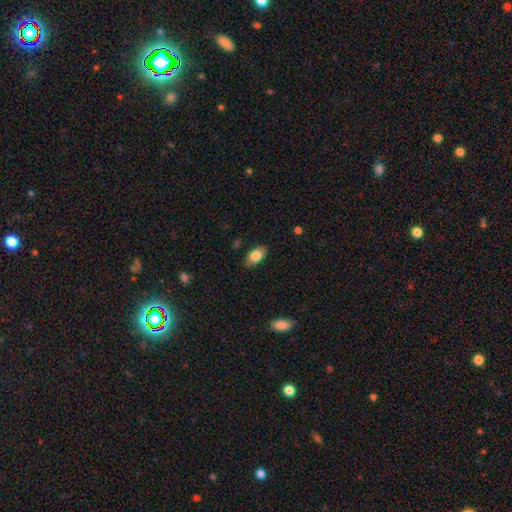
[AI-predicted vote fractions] Smooth or featured? Predicted: smooth (p=0.80). How rounded? Predicted: in between (p=0.92). Merging? Predicted: none (p=0.86).